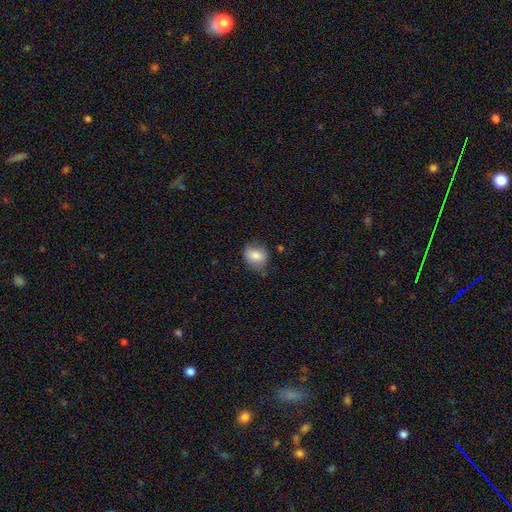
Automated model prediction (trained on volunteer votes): A smooth galaxy with no disk features (79%) that is in between round and cigar-shaped (50%). Merging: none (69%).